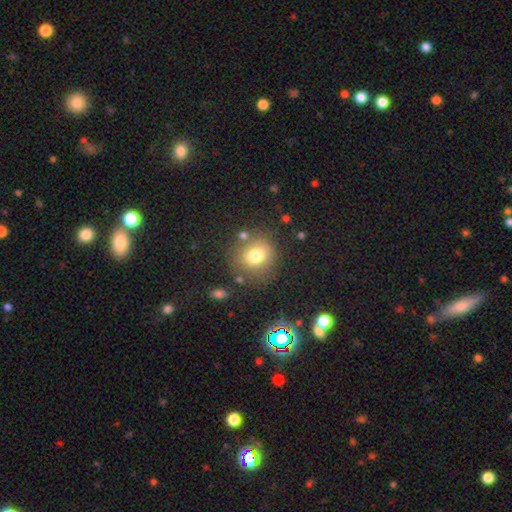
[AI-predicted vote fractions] smooth-or-featured: smooth: 75% | star or artifact: 13% | featured or disk: 12%
  how-rounded: round: 82% | in between: 17% | cigar-shaped: 1%
  merging: none: 75% | minor disturbance: 13% | merger: 7% | major disturbance: 5%